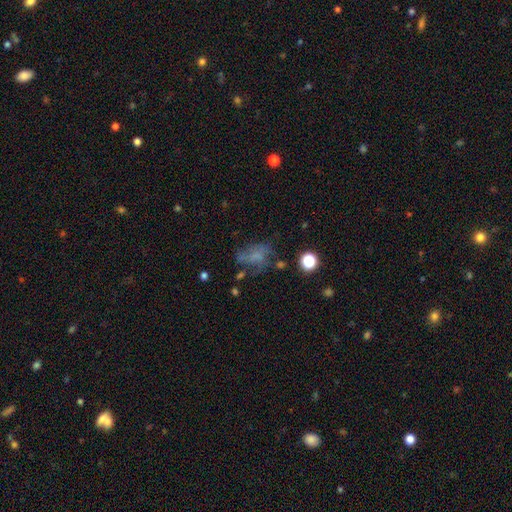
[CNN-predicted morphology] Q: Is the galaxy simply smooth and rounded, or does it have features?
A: smooth — 40%.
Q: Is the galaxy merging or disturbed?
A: none — 43%.